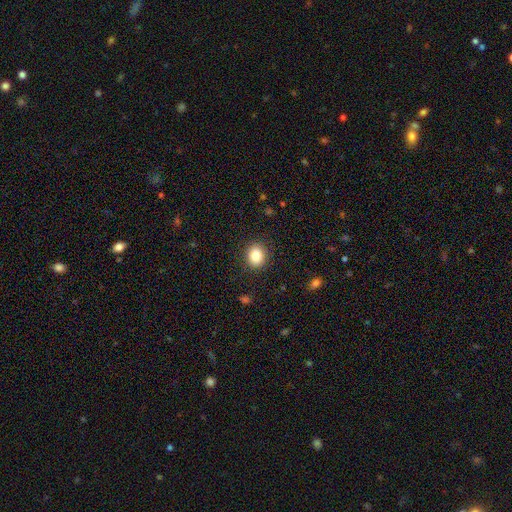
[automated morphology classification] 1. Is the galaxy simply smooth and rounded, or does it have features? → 85% smooth, 9% star or artifact, 5% featured or disk.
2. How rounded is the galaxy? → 68% round, 31% in between, 1% cigar-shaped.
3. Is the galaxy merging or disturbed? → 89% none, 7% minor disturbance, 2% major disturbance, 1% merger.